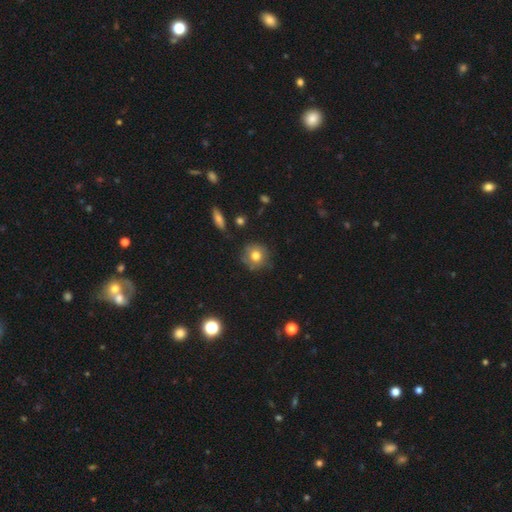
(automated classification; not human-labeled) This appears to be a smooth galaxy with no disk features (73%) that is round (90%). Merging: none (79%).